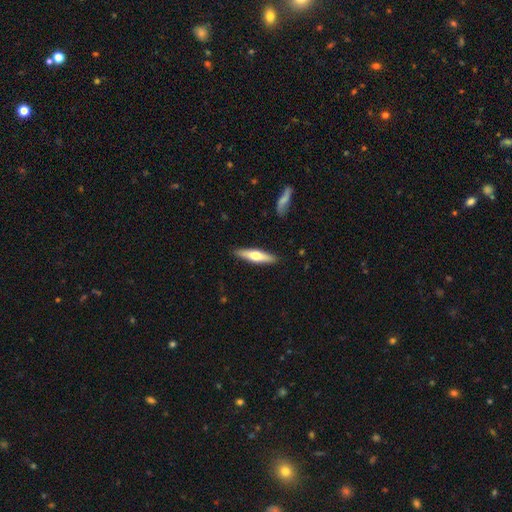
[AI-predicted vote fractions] Smooth or featured? Predicted: smooth (p=0.50). How rounded? Predicted: cigar-shaped (p=0.77). Merging? Predicted: none (p=0.89).